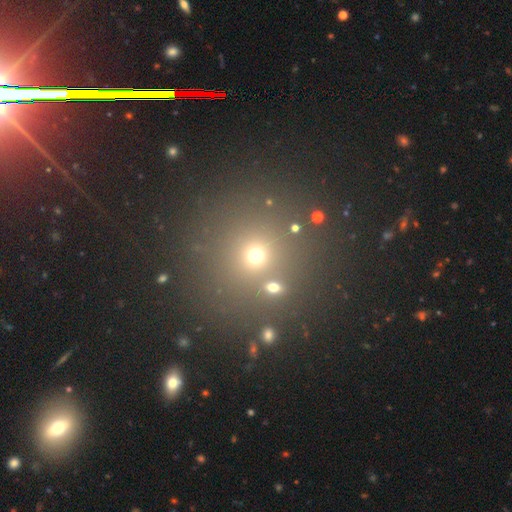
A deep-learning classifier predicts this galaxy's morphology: Overall: smooth (64%; star or artifact 27%). How rounded: round (85%). Merging: none (73%).